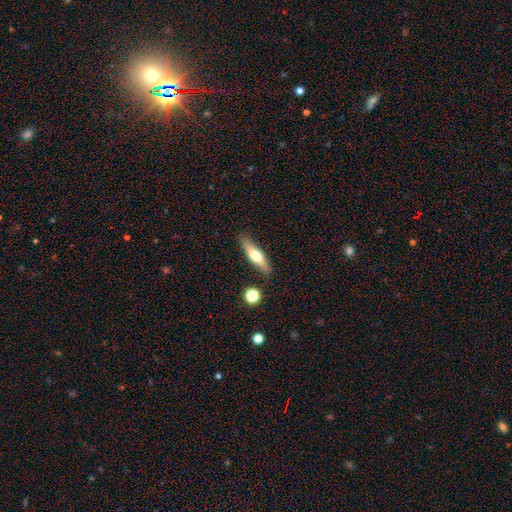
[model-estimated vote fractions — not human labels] Smooth or featured?
  - smooth: 54% *
  - featured or disk: 40%
  - star or artifact: 6%
How rounded?
  - cigar-shaped: 65% *
  - in between: 32%
  - round: 3%
Merging?
  - none: 84% *
  - minor disturbance: 10%
  - merger: 3%
  - major disturbance: 2%